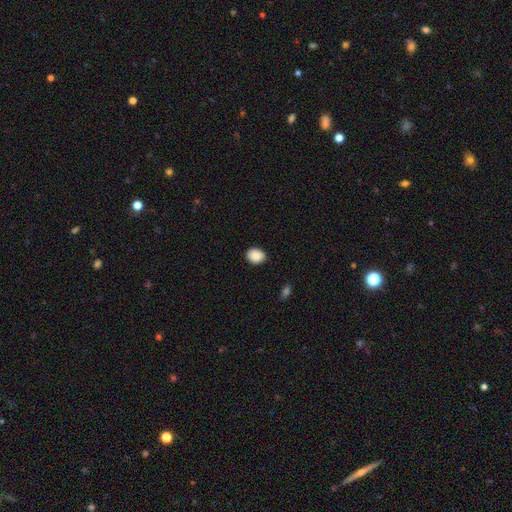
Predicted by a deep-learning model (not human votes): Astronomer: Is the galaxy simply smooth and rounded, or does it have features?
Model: smooth — 89%.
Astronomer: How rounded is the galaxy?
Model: round — 50% (runner-up: in between, 49%).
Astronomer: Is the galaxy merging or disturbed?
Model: none — 90%.